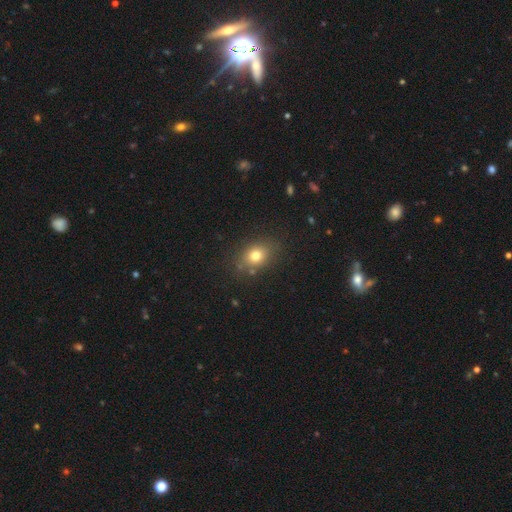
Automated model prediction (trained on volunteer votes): The model was most divided on "how rounded": in between: 56%, round: 43%, cigar-shaped: 1%. More confident: merging — none (81%); smooth or featured — smooth (76%).